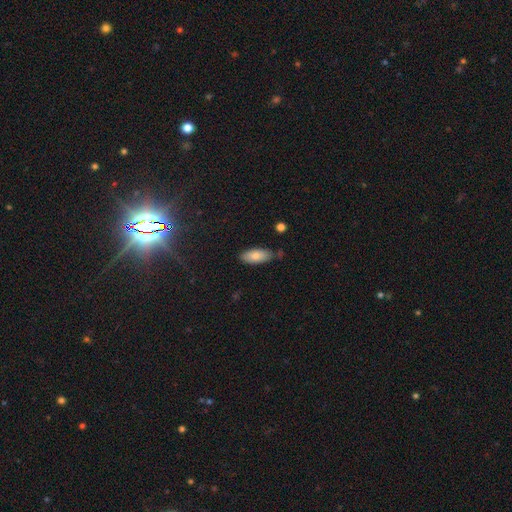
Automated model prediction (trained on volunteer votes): Smooth or featured?
  - smooth: 81% *
  - featured or disk: 12%
  - star or artifact: 7%
How rounded?
  - in between: 85% *
  - cigar-shaped: 13%
  - round: 2%
Merging?
  - none: 77% *
  - minor disturbance: 17%
  - merger: 3%
  - major disturbance: 3%